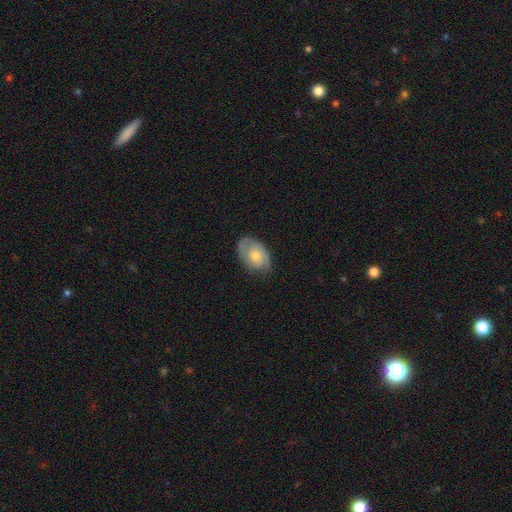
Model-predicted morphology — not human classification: smooth_or_featured: featured or disk (p=0.61) [alt: smooth p=0.33]
disk_edge_on: no (p=0.95) [alt: yes p=0.05]
bar: no (p=0.80) [alt: weak p=0.17]
has_spiral_arms: yes (p=0.78) [alt: no p=0.22]
bulge_size: moderate (p=0.60) [alt: small p=0.34]
merging: none (p=0.71) [alt: minor disturbance p=0.22]